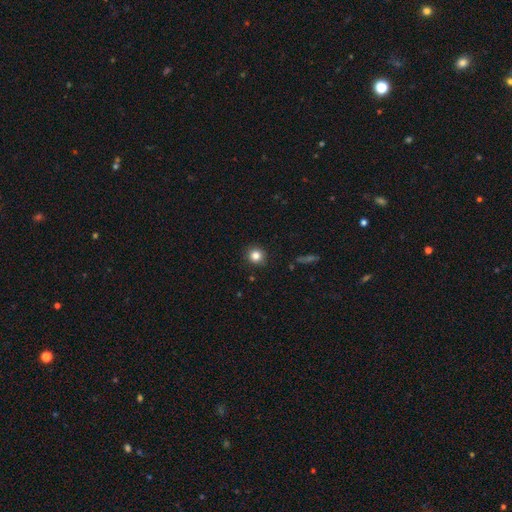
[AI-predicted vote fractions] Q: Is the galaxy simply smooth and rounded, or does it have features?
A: smooth — 83%.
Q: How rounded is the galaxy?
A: round — 92%.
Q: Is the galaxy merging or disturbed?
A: none — 91%.